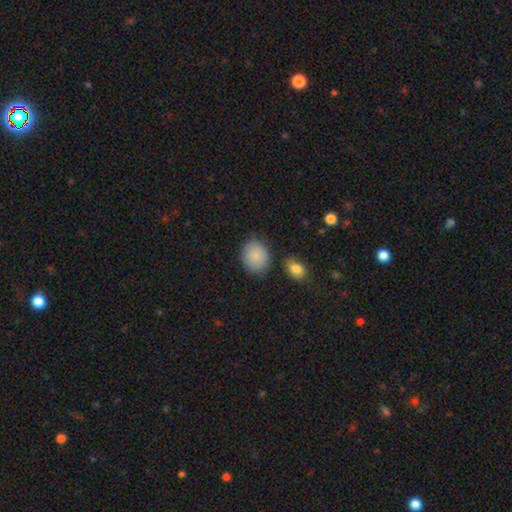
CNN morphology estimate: smooth 86%, star or artifact 7%, featured or disk 6%. Down the decision tree: how rounded — round (52%); merging — none (77%).